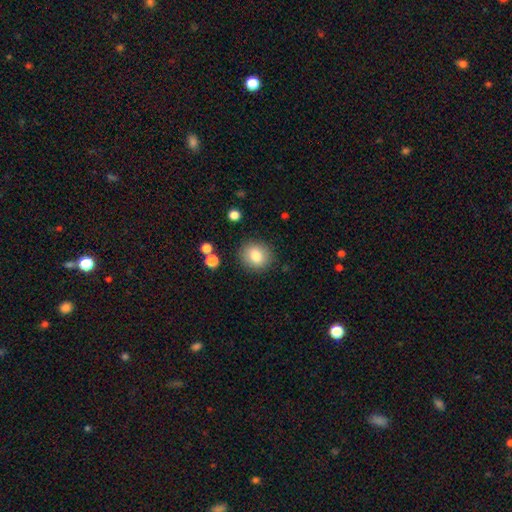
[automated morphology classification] Smooth or featured? Predicted: smooth (p=0.82). How rounded? Predicted: round (p=0.79). Merging? Predicted: none (p=0.87).